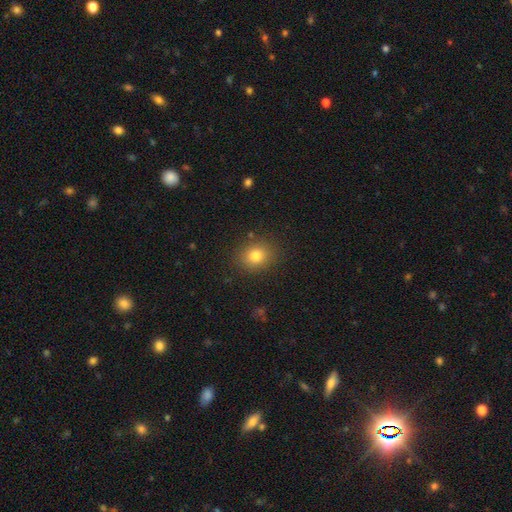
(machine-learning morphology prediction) smooth-or-featured: smooth: 81% | star or artifact: 11% | featured or disk: 8%
  how-rounded: round: 56% | in between: 43% | cigar-shaped: 1%
  merging: none: 86% | minor disturbance: 10% | major disturbance: 3% | merger: 2%